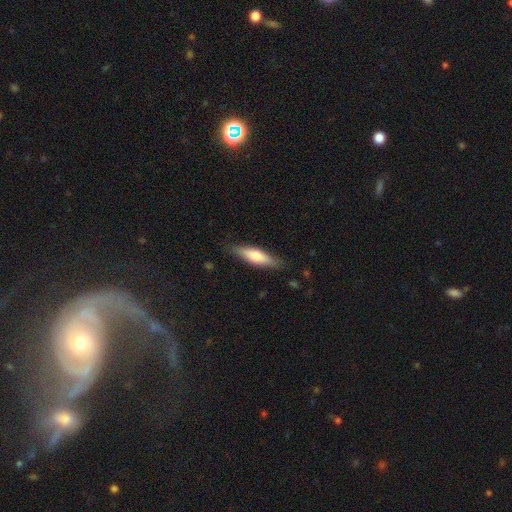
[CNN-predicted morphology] smooth_or_featured: smooth (p=0.62) [alt: featured or disk p=0.33]
how_rounded: cigar-shaped (p=0.64) [alt: in between p=0.34]
merging: none (p=0.83) [alt: minor disturbance p=0.13]